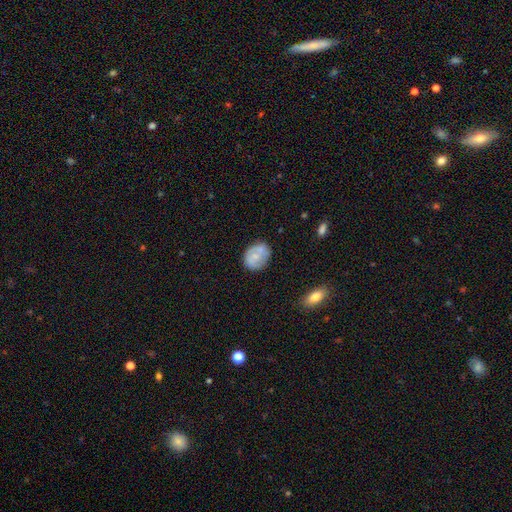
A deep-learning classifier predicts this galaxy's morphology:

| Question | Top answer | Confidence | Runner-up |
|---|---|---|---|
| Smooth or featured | smooth | 64% | featured or disk (29%) |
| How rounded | round | 56% | in between (43%) |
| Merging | none | 64% | minor disturbance (21%) |